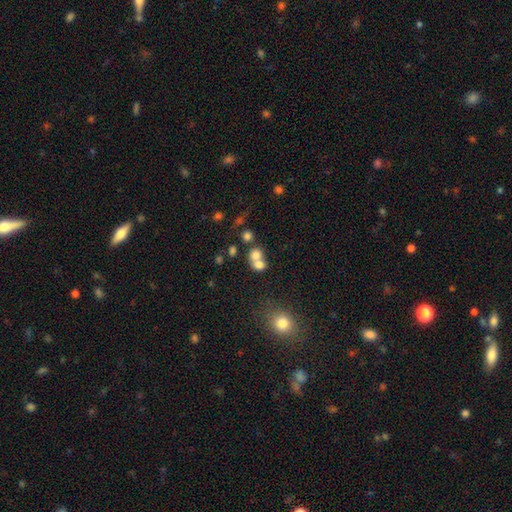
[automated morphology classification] This appears to be a smooth galaxy with no disk features (72%) that is round (73%). Merging: merger (61%).